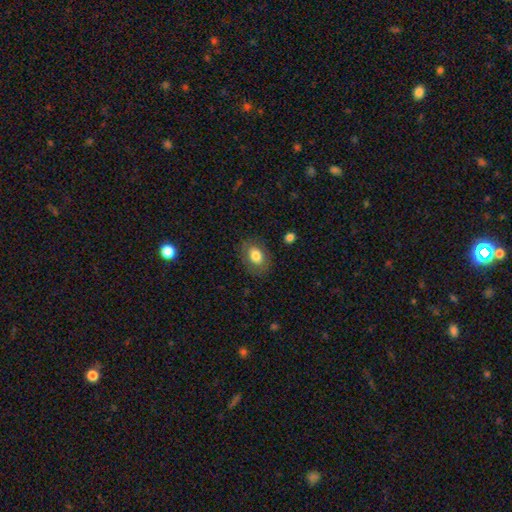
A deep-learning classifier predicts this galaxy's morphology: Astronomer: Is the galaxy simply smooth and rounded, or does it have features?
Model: smooth — 74%.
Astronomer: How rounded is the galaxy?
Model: in between — 74%.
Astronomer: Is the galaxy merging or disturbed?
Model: none — 80%.